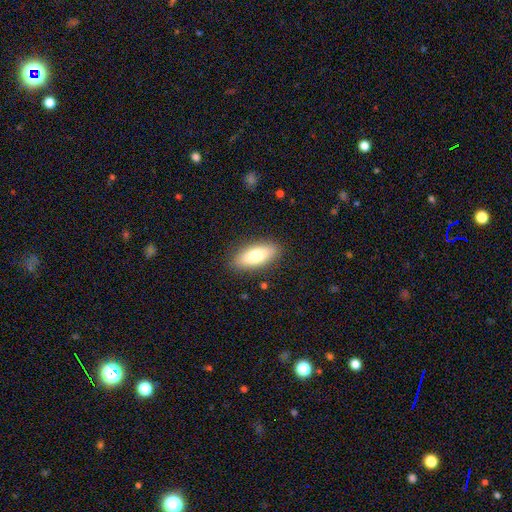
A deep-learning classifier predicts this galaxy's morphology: type=smooth (76%); roundness=in between (77%); merging=none (87%).